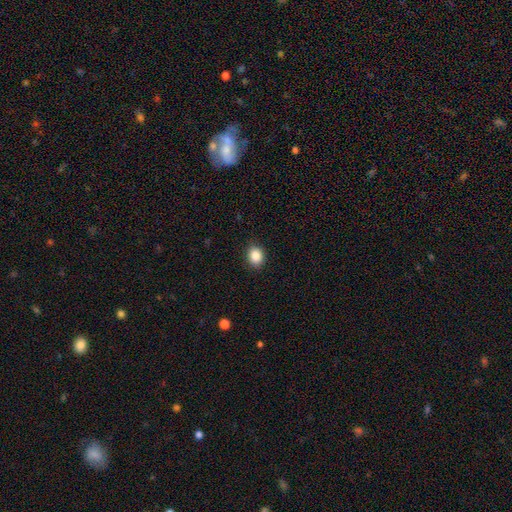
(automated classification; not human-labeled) smooth-or-featured: smooth: 87% | star or artifact: 9% | featured or disk: 4%
  how-rounded: round: 51% | in between: 48% | cigar-shaped: 1%
  merging: none: 89% | minor disturbance: 8% | major disturbance: 2% | merger: 1%